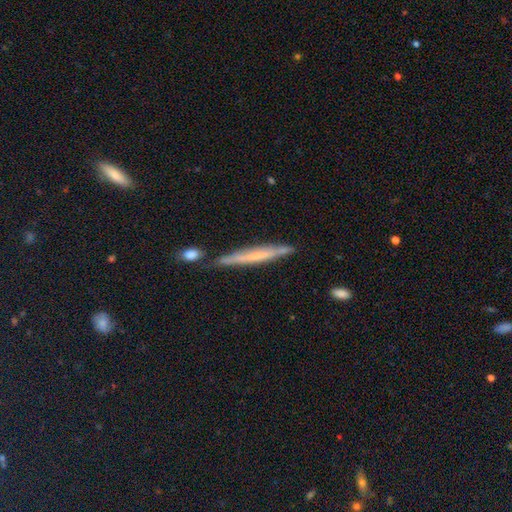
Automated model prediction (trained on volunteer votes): Smooth or featured? Predicted: featured or disk (p=0.51). Edge-on disk? Predicted: yes (p=0.91). Merging? Predicted: none (p=0.72).